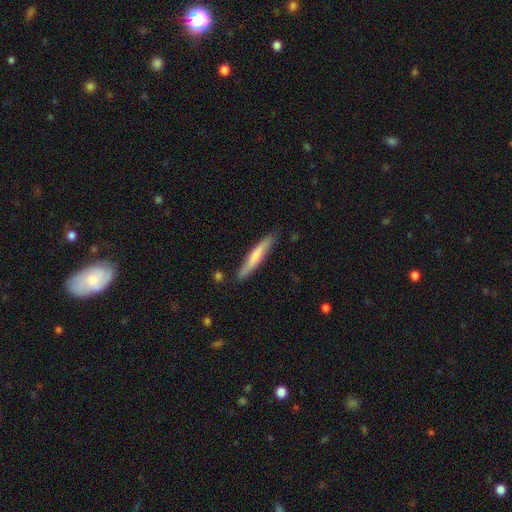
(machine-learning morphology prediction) smooth-or-featured: smooth: 66% | featured or disk: 29% | star or artifact: 5%
  how-rounded: cigar-shaped: 93% | in between: 6% | round: 1%
  merging: none: 81% | minor disturbance: 14% | merger: 2% | major disturbance: 2%